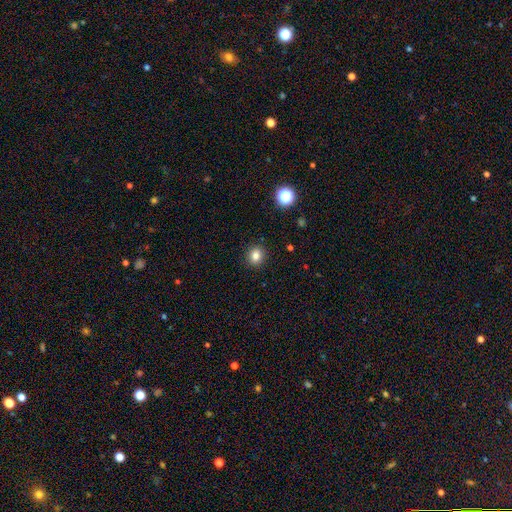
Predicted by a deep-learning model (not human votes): Smooth or featured? Predicted: smooth (p=0.82). How rounded? Predicted: round (p=0.73). Merging? Predicted: none (p=0.91).